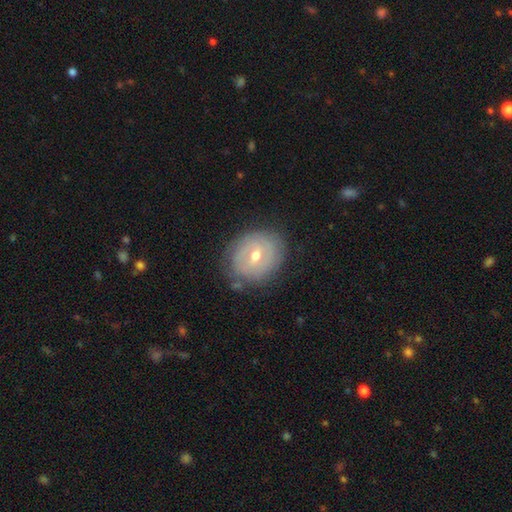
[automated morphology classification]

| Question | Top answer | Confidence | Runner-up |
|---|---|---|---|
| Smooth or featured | featured or disk | 60% | smooth (32%) |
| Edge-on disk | no | 95% | yes (5%) |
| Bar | weak | 48% | no (36%) |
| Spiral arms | yes | 53% | no (47%) |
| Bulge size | moderate | 62% | small (34%) |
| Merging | none | 78% | minor disturbance (16%) |